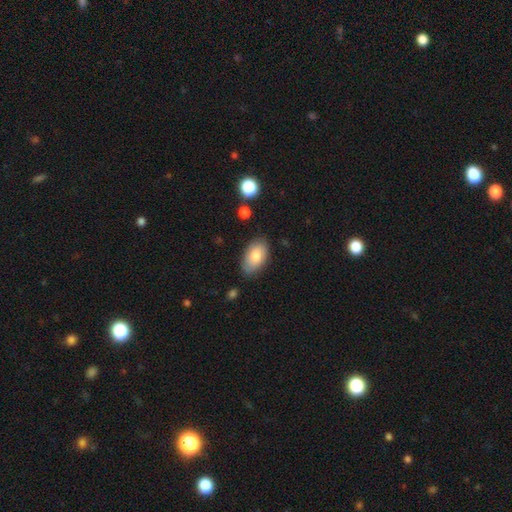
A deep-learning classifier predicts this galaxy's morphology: This is likely a smooth galaxy (79%). How rounded: clearly in between (93%). Merging: likely none (79%).